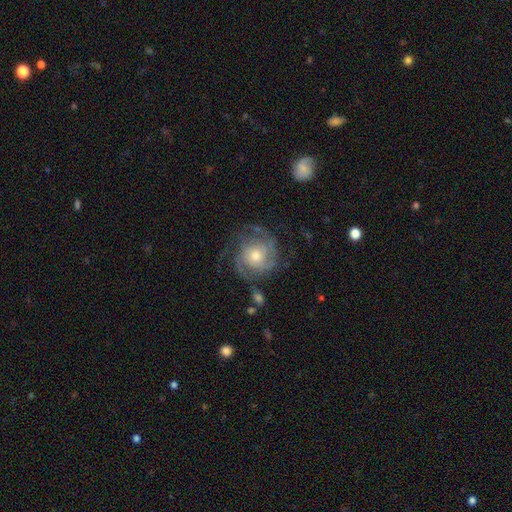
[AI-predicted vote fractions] This is clearly a featured or disk galaxy (81%). It is clearly not viewed edge-on (98%). Bar: likely no (78%). Spiral arm pattern: clearly yes (94%). Spiral arm count: marginally 3 (33%). Spiral winding: possibly tight (55%). Central bulge: likely moderate (61%). Merging: likely none (70%).